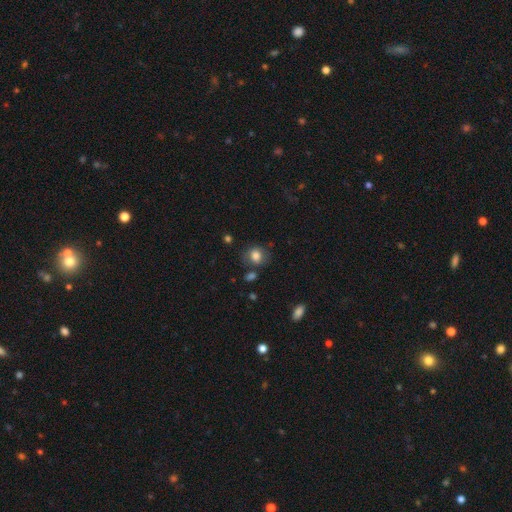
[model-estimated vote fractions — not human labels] Smooth or featured: smooth — 77% (featured or disk — 13%)
How rounded: round — 57% (in between — 42%)
Merging: none — 65% (minor disturbance — 19%)